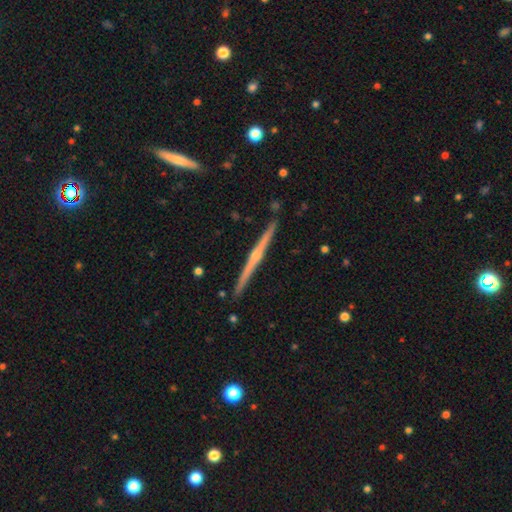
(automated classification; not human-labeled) This appears to be a featured or disk galaxy (81%) viewed edge-on (99%) with a rounded central bulge (76%). Merging: none (91%).